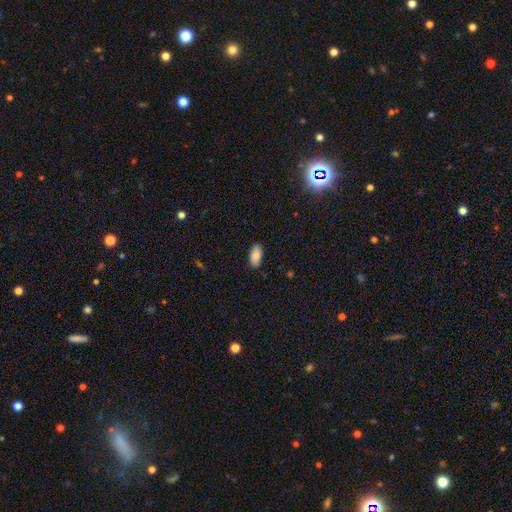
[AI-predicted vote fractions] Smooth or featured? smooth (83%)
How rounded? in between (94%)
Merging? none (88%)